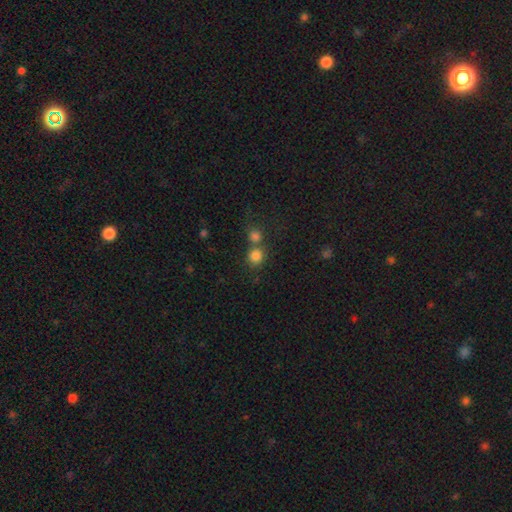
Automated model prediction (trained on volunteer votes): The model was most divided on "merging": none: 55%, merger: 34%, minor disturbance: 7%, major disturbance: 3%. More confident: how rounded — round (86%); smooth or featured — smooth (82%).